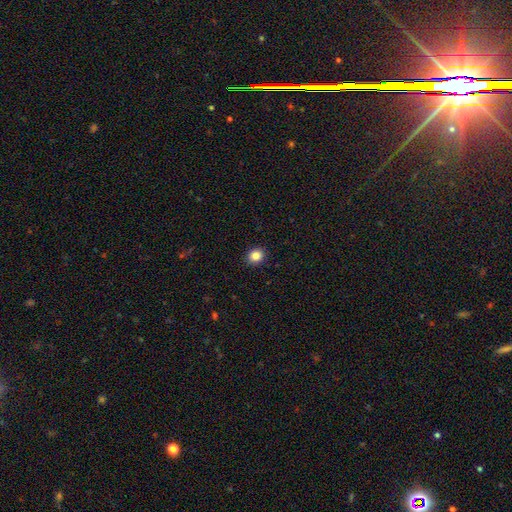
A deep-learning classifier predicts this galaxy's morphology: Overall: smooth (84%). How rounded: round (72%). Merging: none (92%).